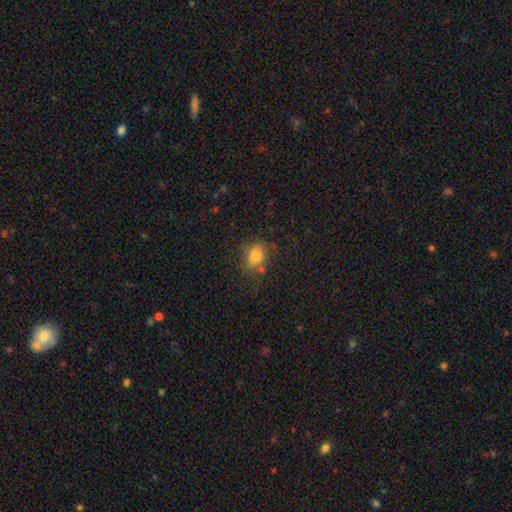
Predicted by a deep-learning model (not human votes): Smooth or featured? Predicted: smooth (p=0.78). How rounded? Predicted: in between (p=0.55). Merging? Predicted: none (p=0.66).